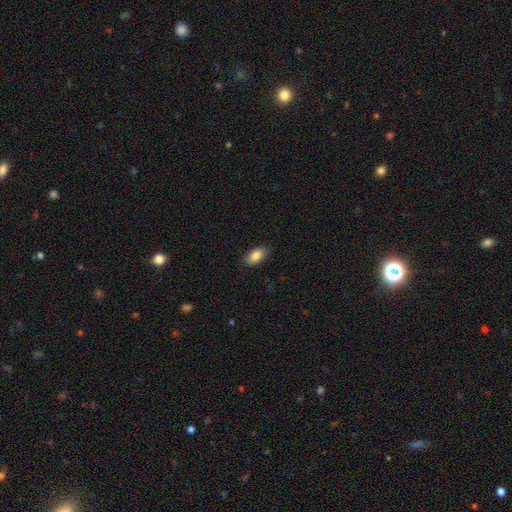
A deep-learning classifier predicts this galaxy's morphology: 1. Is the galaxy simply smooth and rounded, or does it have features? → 84% smooth, 9% featured or disk, 7% star or artifact.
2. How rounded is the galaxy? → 92% in between, 5% cigar-shaped, 4% round.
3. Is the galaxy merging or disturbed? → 86% none, 11% minor disturbance, 2% major disturbance, 1% merger.